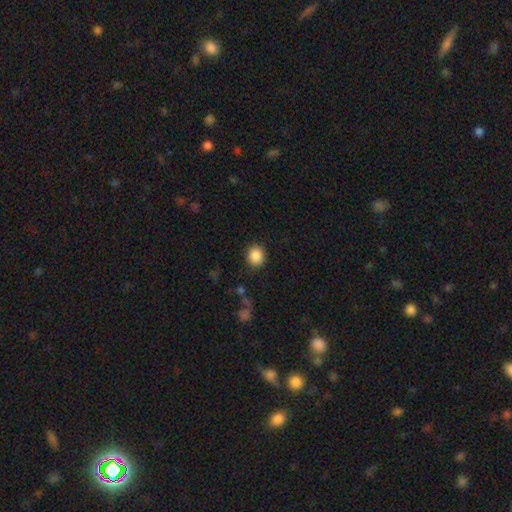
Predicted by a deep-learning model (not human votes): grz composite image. It shows a smooth galaxy with no disk features (88%) that is round (77%). Merging: none (88%).